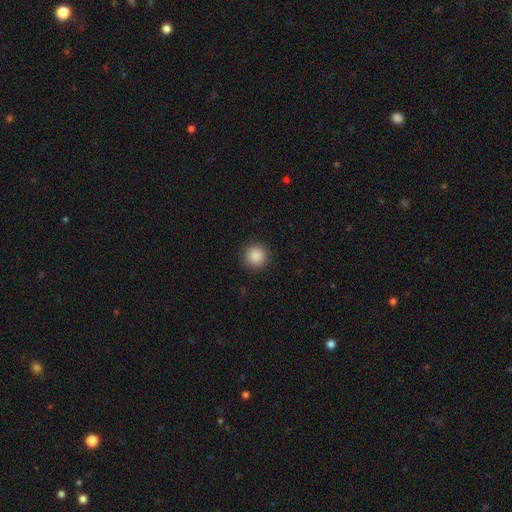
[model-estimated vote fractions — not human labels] Q: Smooth or featured?
A: smooth (88%); runner-up: star or artifact (9%)
Q: How rounded?
A: round (95%); runner-up: in between (4%)
Q: Merging?
A: none (92%); runner-up: minor disturbance (5%)